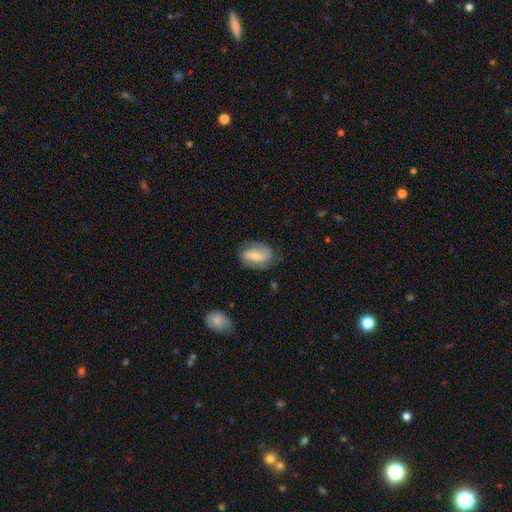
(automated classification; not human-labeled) Morphology: type=featured or disk (63%); edge-on=no (95%); bar=strong (37%); spiral arms=yes (84%); winding=medium (39%); arm count=2 (79%); bulge=small (54%); merging=none (68%).